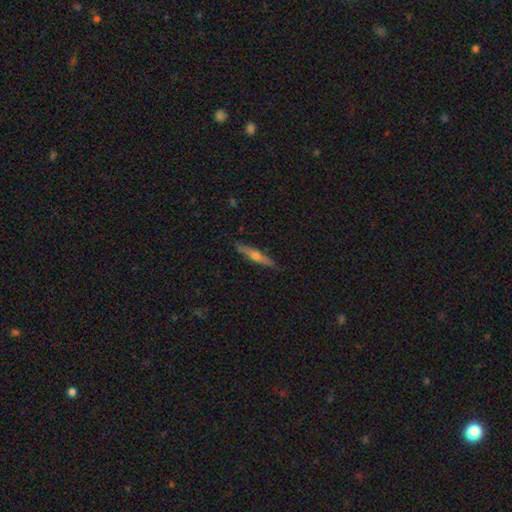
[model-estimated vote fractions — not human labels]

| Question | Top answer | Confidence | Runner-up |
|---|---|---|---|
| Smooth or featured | featured or disk | 69% | smooth (25%) |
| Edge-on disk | yes | 97% | no (3%) |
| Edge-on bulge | rounded | 88% | none (7%) |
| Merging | none | 90% | minor disturbance (7%) |